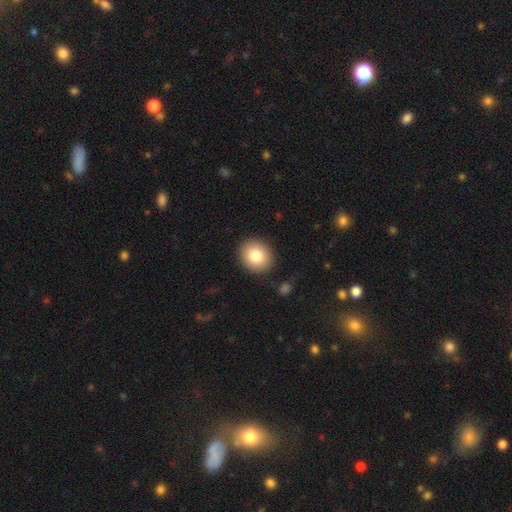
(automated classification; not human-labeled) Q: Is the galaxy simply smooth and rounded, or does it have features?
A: smooth — 81%.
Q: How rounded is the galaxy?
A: round — 79%.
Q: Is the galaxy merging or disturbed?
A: none — 90%.